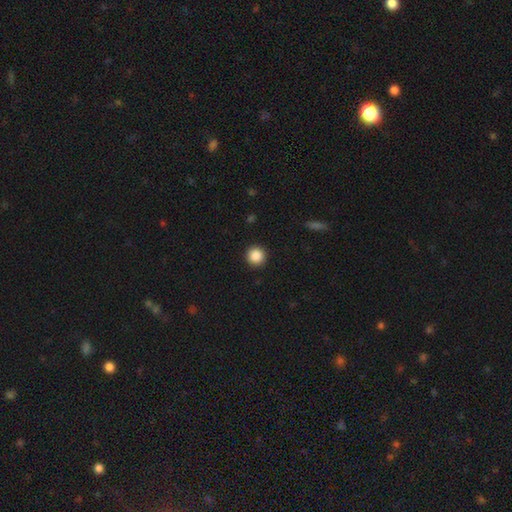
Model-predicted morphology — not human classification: Overall: smooth (88%). How rounded: round (95%). Merging: none (93%).